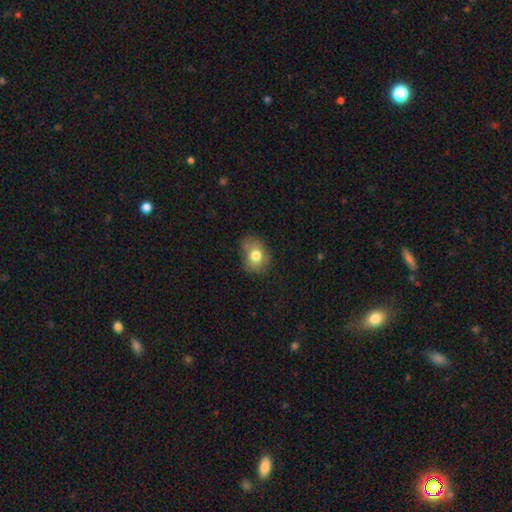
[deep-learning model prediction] This is likely a smooth galaxy (75%). How rounded: possibly in between (55%). Merging: possibly none (58%).